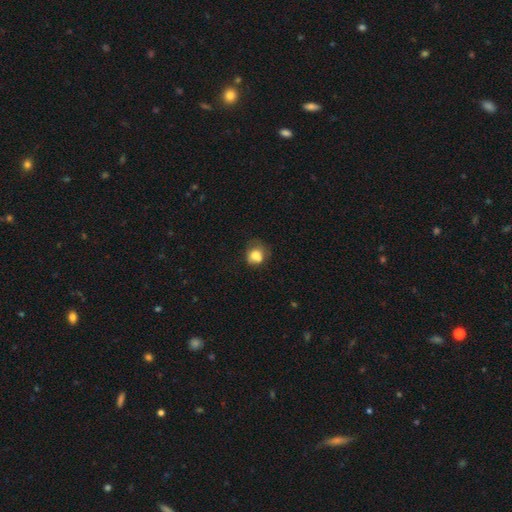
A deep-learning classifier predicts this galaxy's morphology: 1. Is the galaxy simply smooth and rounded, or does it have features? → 76% smooth, 13% featured or disk, 10% star or artifact.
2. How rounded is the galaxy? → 66% round, 33% in between, 1% cigar-shaped.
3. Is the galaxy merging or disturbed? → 43% none, 30% minor disturbance, 19% major disturbance, 8% merger.